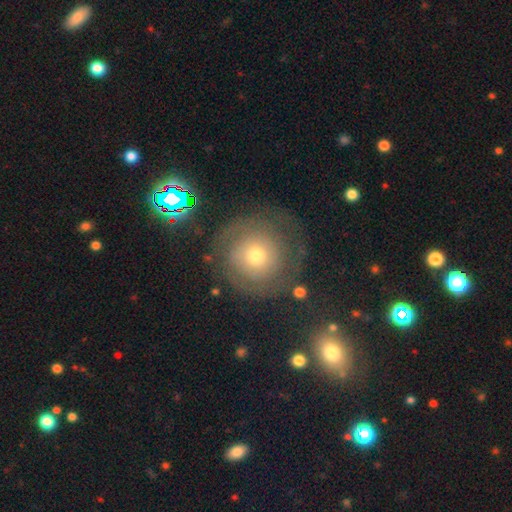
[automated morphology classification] Smooth or featured: featured or disk — 52% (smooth — 38%)
Edge-on disk: no — 97% (yes — 3%)
Merging: none — 69% (minor disturbance — 15%)